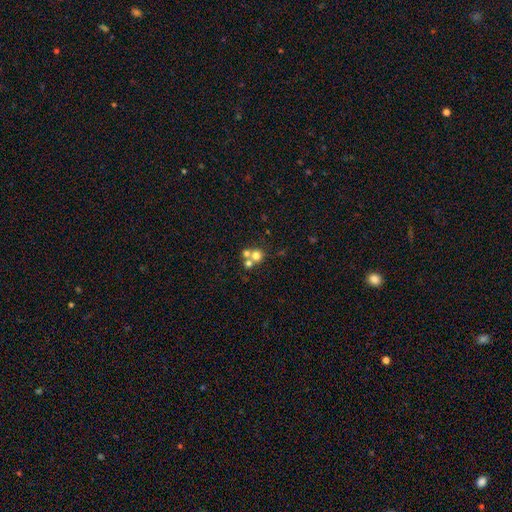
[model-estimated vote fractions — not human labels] Q: Smooth or featured?
A: smooth (66%); runner-up: featured or disk (19%)
Q: How rounded?
A: round (87%); runner-up: in between (12%)
Q: Merging?
A: merger (50%); runner-up: none (41%)